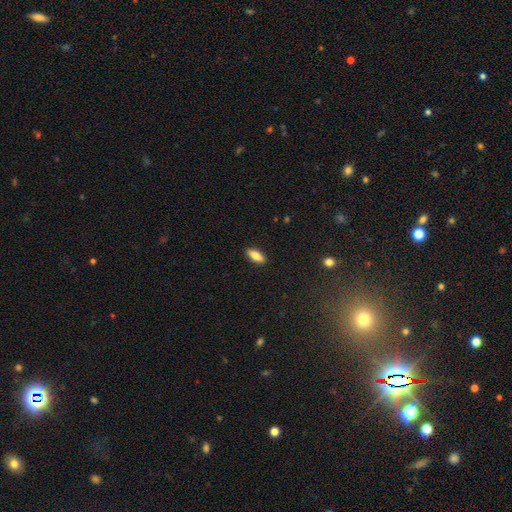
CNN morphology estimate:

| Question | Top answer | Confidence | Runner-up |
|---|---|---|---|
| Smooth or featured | smooth | 80% | featured or disk (13%) |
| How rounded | in between | 76% | cigar-shaped (22%) |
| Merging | none | 90% | minor disturbance (8%) |